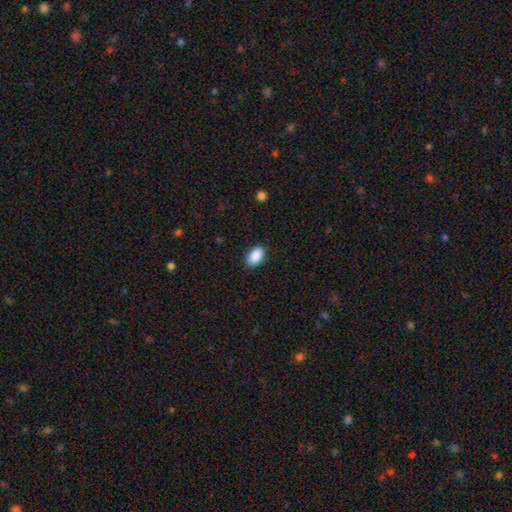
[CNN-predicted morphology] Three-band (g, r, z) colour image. It shows a smooth galaxy with no disk features (89%) that is in between round and cigar-shaped (93%). Merging: none (88%).